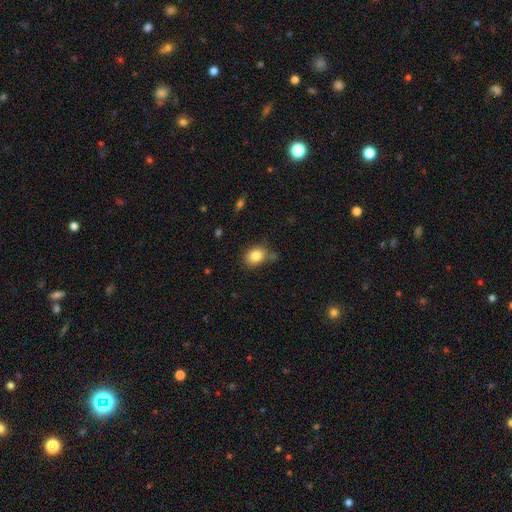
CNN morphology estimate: smooth 82%, star or artifact 9%, featured or disk 8%. Down the decision tree: how rounded — in between (65%); merging — none (65%).